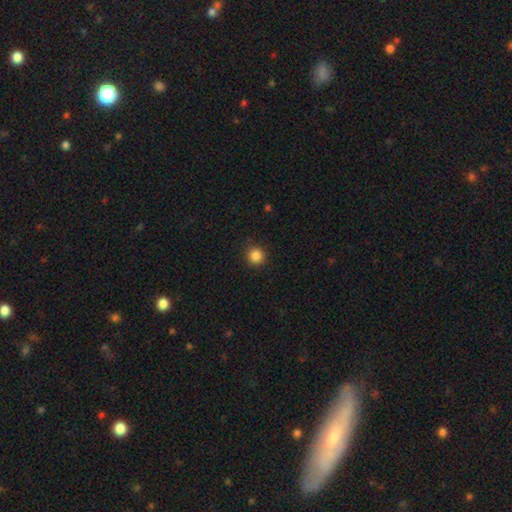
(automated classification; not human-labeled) Q: Smooth or featured?
A: smooth (86%); runner-up: star or artifact (11%)
Q: How rounded?
A: round (94%); runner-up: in between (5%)
Q: Merging?
A: none (91%); runner-up: minor disturbance (6%)